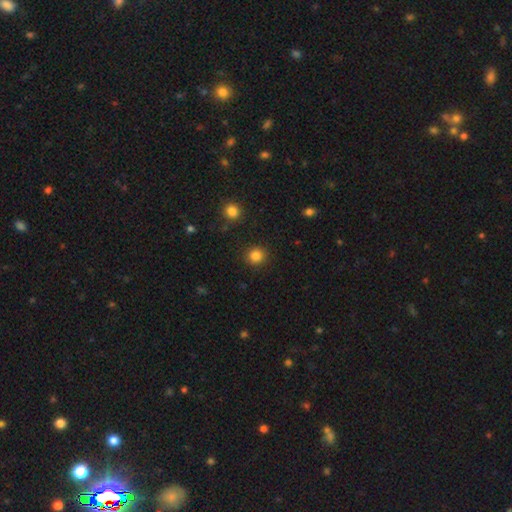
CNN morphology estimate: Smooth or featured?
  - smooth: 84% *
  - star or artifact: 12%
  - featured or disk: 4%
How rounded?
  - round: 92% *
  - in between: 7%
  - cigar-shaped: 1%
Merging?
  - none: 91% *
  - minor disturbance: 6%
  - major disturbance: 2%
  - merger: 2%